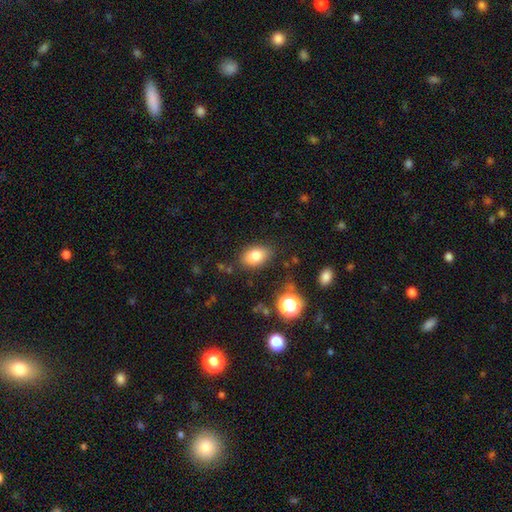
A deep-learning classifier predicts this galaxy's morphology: Smooth or featured? smooth (79%)
How rounded? in between (85%)
Merging? none (81%)